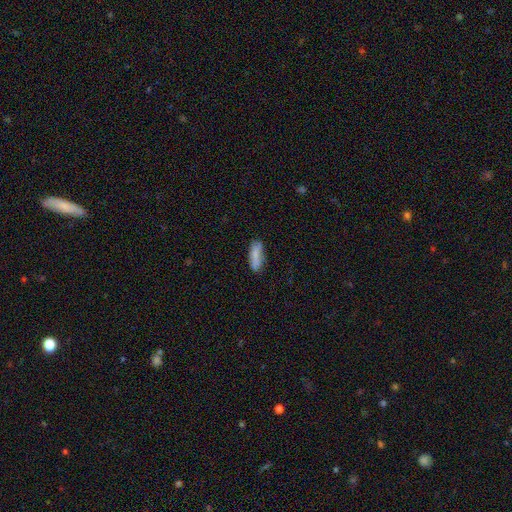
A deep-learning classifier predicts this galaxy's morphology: Overall: smooth (80%). How rounded: in between (62%; cigar-shaped 36%). Merging: none (72%).